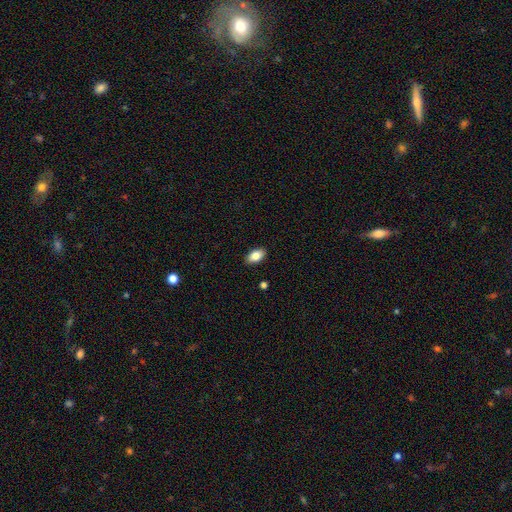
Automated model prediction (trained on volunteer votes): smooth_or_featured: smooth (p=0.84) [alt: featured or disk p=0.09]
how_rounded: in between (p=0.92) [alt: round p=0.06]
merging: none (p=0.89) [alt: minor disturbance p=0.08]